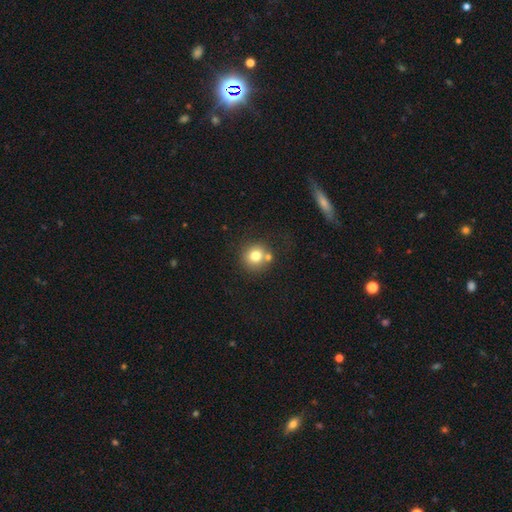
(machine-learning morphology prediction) Q: Smooth or featured?
A: smooth (76%); runner-up: featured or disk (12%)
Q: How rounded?
A: round (91%); runner-up: in between (9%)
Q: Merging?
A: none (64%); runner-up: merger (22%)